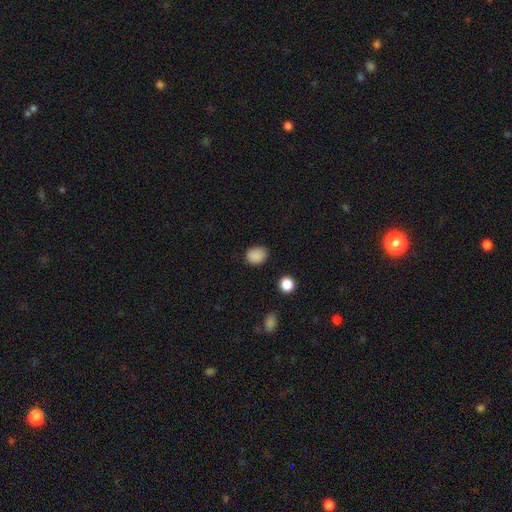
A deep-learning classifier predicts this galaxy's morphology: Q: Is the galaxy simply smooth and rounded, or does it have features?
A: smooth — 86%.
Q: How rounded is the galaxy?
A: round — 55%.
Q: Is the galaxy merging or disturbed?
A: none — 80%.